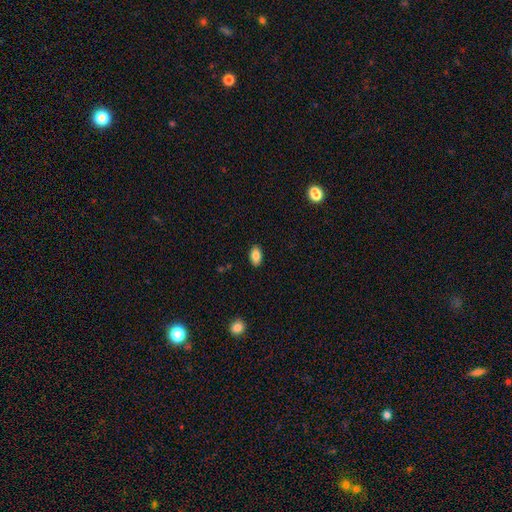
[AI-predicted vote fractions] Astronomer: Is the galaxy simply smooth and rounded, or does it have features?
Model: smooth — 85%.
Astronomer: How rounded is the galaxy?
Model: in between — 92%.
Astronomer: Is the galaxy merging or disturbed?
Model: none — 89%.